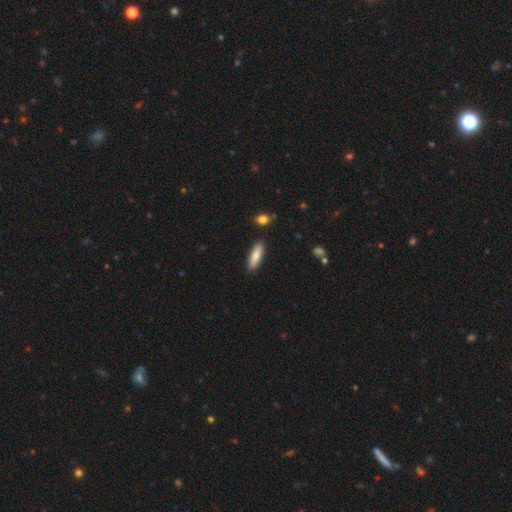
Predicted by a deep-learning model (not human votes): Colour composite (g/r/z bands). It shows a smooth galaxy with no disk features (83%) that is cigar-shaped (53%). Merging: none (88%).